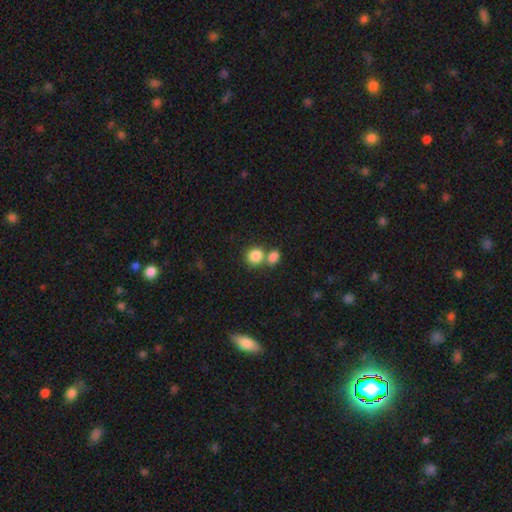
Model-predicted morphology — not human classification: smooth_or_featured: smooth (p=0.85) [alt: star or artifact p=0.09]
how_rounded: round (p=0.78) [alt: in between p=0.21]
merging: merger (p=0.45) [tied with: none p=0.45]